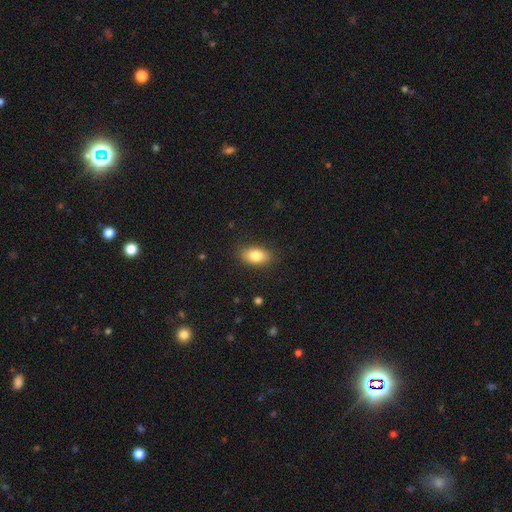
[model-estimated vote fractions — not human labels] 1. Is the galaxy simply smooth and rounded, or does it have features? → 83% smooth, 10% featured or disk, 8% star or artifact.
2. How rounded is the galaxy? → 89% in between, 7% round, 4% cigar-shaped.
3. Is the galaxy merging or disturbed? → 84% none, 12% minor disturbance, 3% major disturbance, 1% merger.